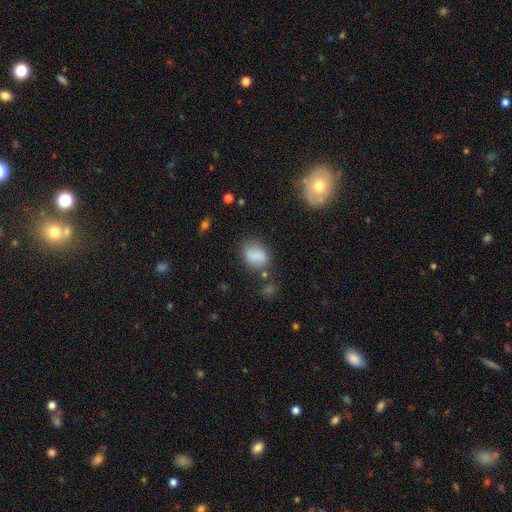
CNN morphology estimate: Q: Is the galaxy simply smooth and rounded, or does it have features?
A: smooth — 77%.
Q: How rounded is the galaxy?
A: in between — 66%.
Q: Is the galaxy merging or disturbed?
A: none — 65%.